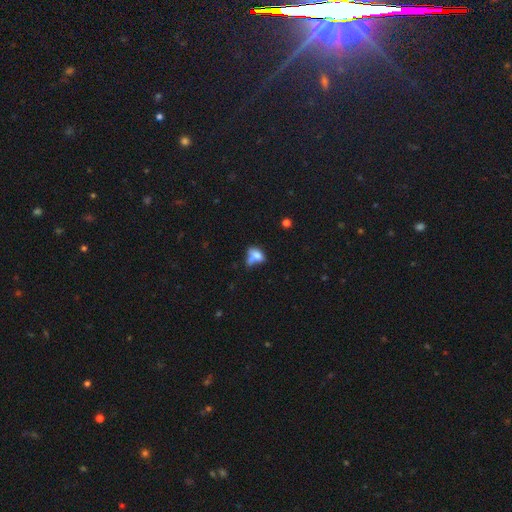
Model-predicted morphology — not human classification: Smooth or featured?
  - smooth: 66% *
  - featured or disk: 22%
  - star or artifact: 12%
How rounded?
  - in between: 78% *
  - round: 15%
  - cigar-shaped: 7%
Merging?
  - merger: 41% *
  - none: 25%
  - major disturbance: 18%
  - minor disturbance: 16%